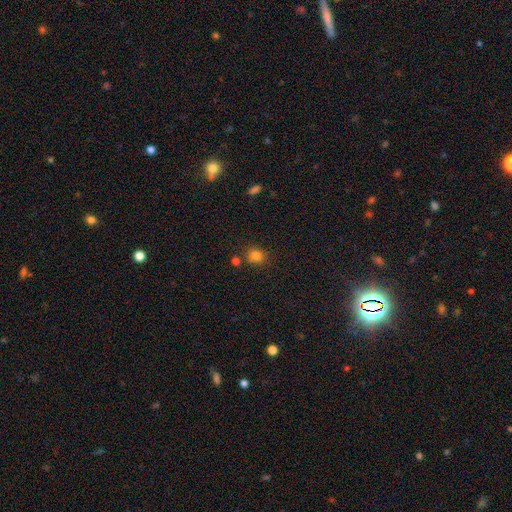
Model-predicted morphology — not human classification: The model was most divided on "how rounded": round: 75%, in between: 24%, cigar-shaped: 1%. More confident: smooth or featured — smooth (81%); merging — none (78%).